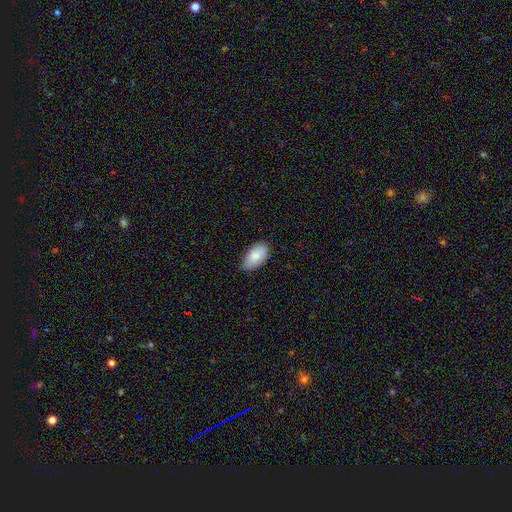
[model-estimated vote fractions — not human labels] Smooth or featured: smooth — 84% (featured or disk — 10%)
How rounded: in between — 95% (round — 3%)
Merging: none — 79% (minor disturbance — 18%)